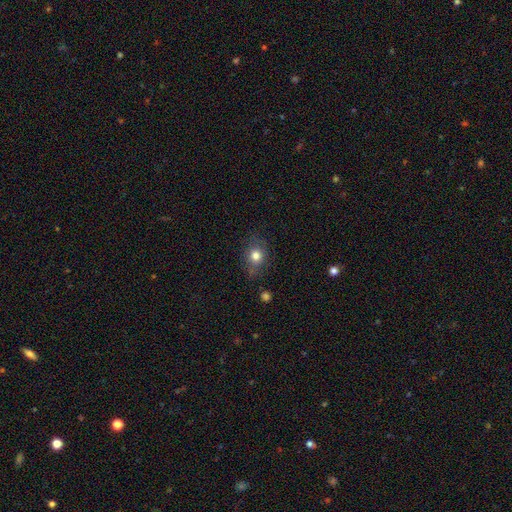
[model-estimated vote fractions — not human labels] This appears to be a smooth galaxy with no disk features (79%) that is round (60%). Merging: none (73%).